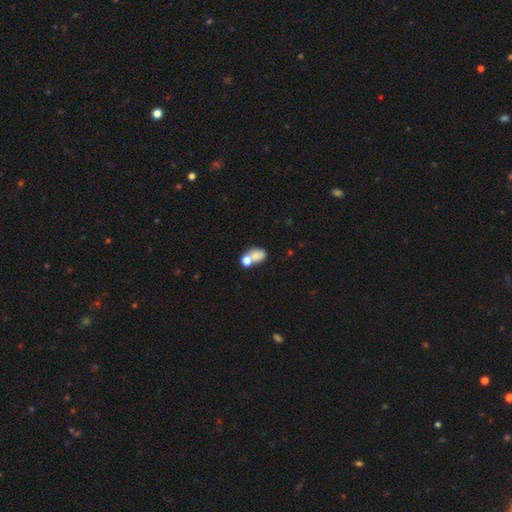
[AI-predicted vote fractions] smooth_or_featured: smooth (p=0.71) [alt: featured or disk p=0.18]
how_rounded: in between (p=0.70) [alt: round p=0.29]
merging: merger (p=0.54) [alt: none p=0.28]